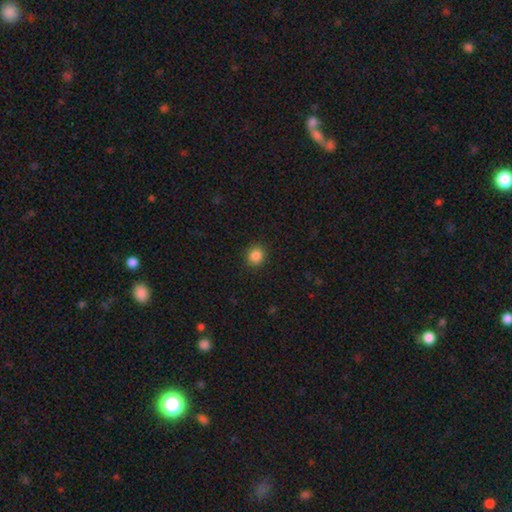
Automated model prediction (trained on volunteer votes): Smooth or featured? Predicted: smooth (p=0.86). How rounded? Predicted: round (p=0.88). Merging? Predicted: none (p=0.91).